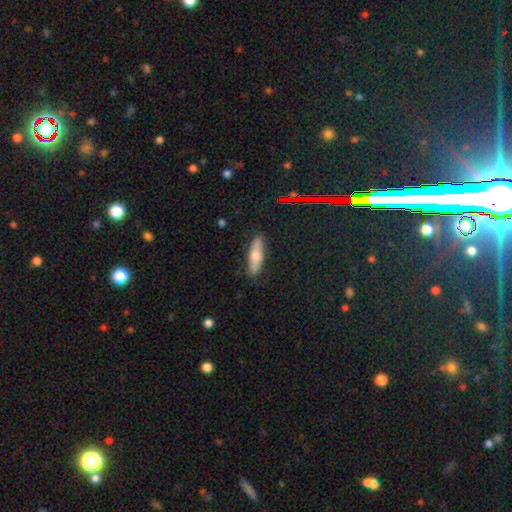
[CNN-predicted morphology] This is likely a smooth galaxy (62%). How rounded: possibly cigar-shaped (58%). Merging: clearly none (86%).